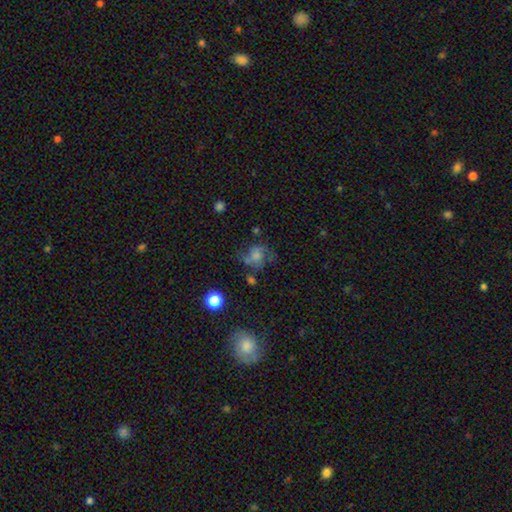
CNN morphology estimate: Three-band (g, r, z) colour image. It shows a smooth galaxy with no disk features (51%) that is round (66%). Merging: none (43%).